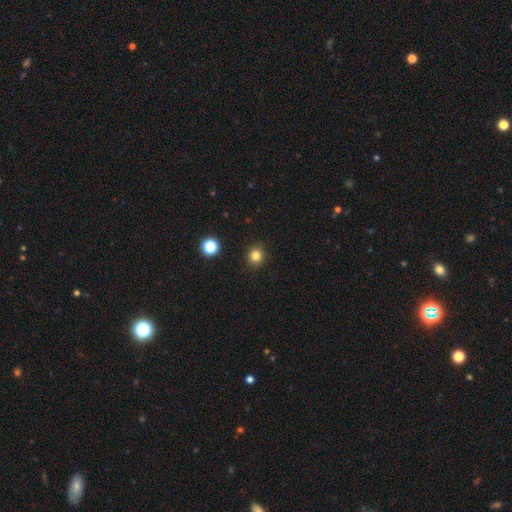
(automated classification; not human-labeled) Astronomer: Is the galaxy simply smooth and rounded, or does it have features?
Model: smooth — 82%.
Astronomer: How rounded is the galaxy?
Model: round — 89%.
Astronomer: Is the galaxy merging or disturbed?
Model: none — 92%.